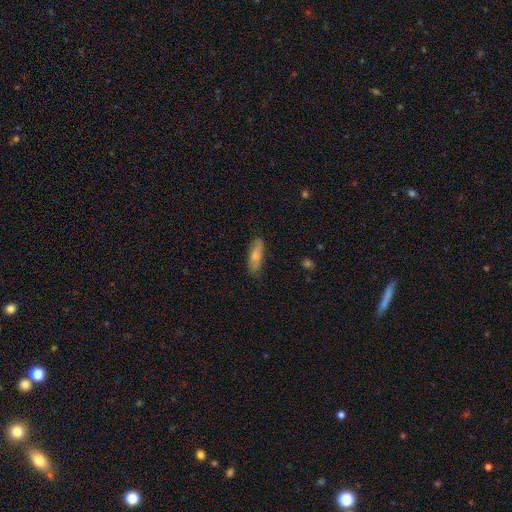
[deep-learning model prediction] A smooth galaxy with no disk features (71%) that is in between round and cigar-shaped (56%).

Vote fractions:
- Smooth or featured? smooth: 71% / featured or disk: 23% / star or artifact: 6%
- How rounded? in between: 56% / cigar-shaped: 41% / round: 2%
- Merging? none: 78% / minor disturbance: 17% / major disturbance: 3% / merger: 2%